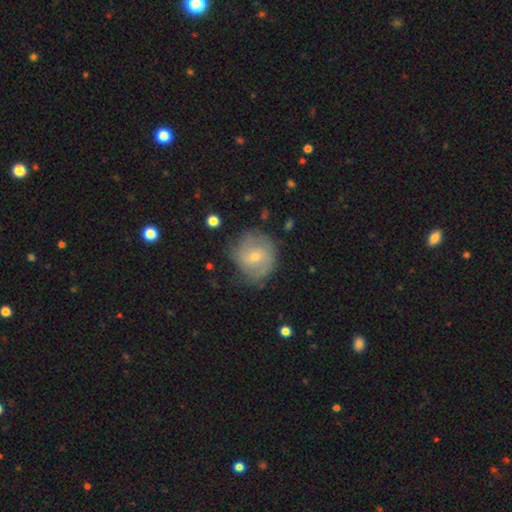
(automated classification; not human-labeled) A featured or disk galaxy (58%) with no bar (53%), spiral arms (79%) and a small central bulge (64%).

Vote fractions:
- Smooth or featured? featured or disk: 58% / smooth: 34% / star or artifact: 7%
- Edge-on disk? no: 97% / yes: 3%
- Bar? no: 53% / weak: 39% / strong: 8%
- Spiral arms? yes: 79% / no: 21%
- Bulge size? small: 64% / moderate: 32% / none: 2% / large: 1% / dominant: 1%
- Merging? none: 64% / minor disturbance: 24% / major disturbance: 10% / merger: 2%